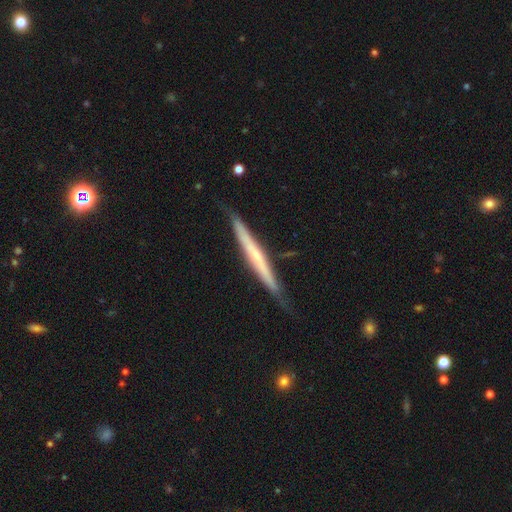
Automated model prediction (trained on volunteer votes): This appears to be a featured or disk galaxy (64%) viewed edge-on (96%) with no central bulge (59%). Merging: none (82%).